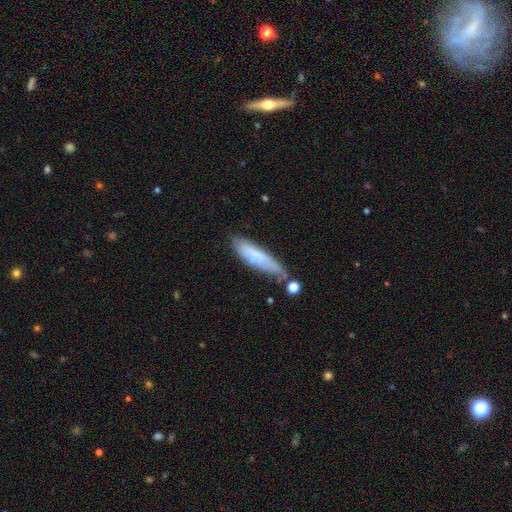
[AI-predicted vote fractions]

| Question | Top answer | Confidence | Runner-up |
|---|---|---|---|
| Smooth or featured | smooth | 63% | featured or disk (29%) |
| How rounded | cigar-shaped | 73% | in between (26%) |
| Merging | none | 53% | minor disturbance (28%) |